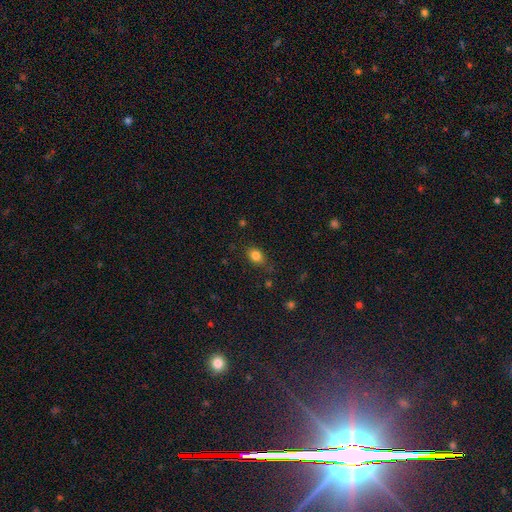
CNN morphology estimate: smooth-or-featured: smooth: 82% | star or artifact: 11% | featured or disk: 7%
  how-rounded: in between: 65% | round: 34% | cigar-shaped: 2%
  merging: none: 76% | minor disturbance: 18% | major disturbance: 5% | merger: 2%